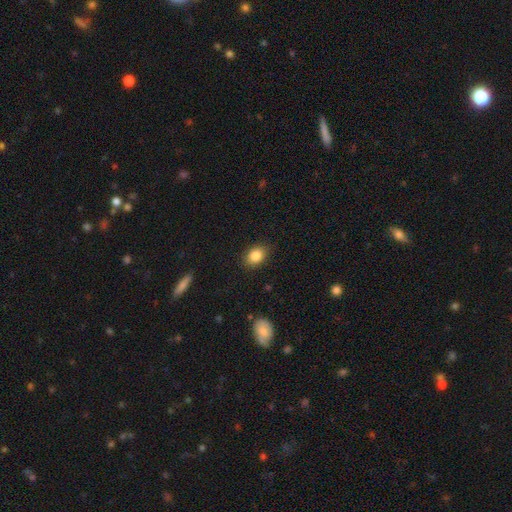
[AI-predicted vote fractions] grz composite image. It shows a smooth galaxy with no disk features (85%) that is in between round and cigar-shaped (68%). Merging: none (85%).